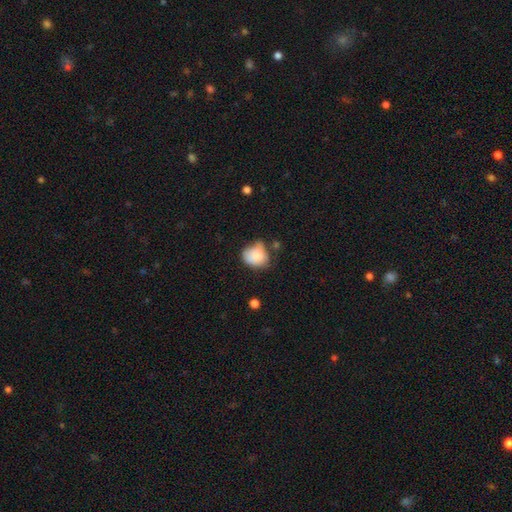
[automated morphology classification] Smooth or featured: smooth — 80% (featured or disk — 11%)
How rounded: round — 63% (in between — 36%)
Merging: none — 44% (minor disturbance — 36%)